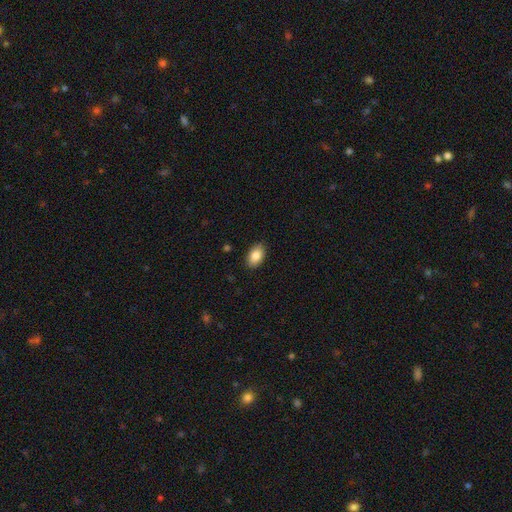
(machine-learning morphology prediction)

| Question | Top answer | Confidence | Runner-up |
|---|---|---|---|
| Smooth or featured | smooth | 86% | star or artifact (7%) |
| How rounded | in between | 91% | round (8%) |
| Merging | none | 88% | minor disturbance (9%) |